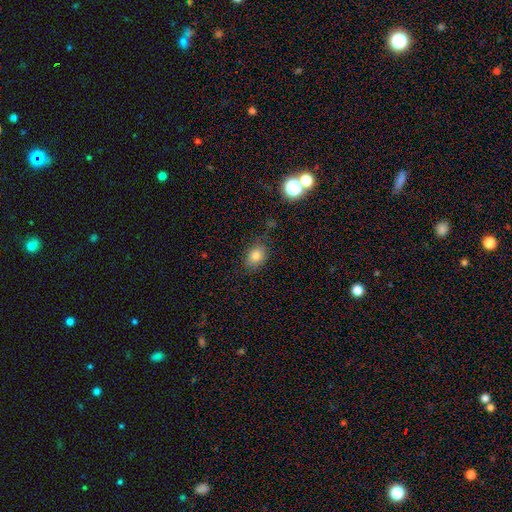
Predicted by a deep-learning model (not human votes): Smooth or featured: smooth — 81% (star or artifact — 11%)
How rounded: in between — 69% (round — 29%)
Merging: none — 77% (minor disturbance — 16%)